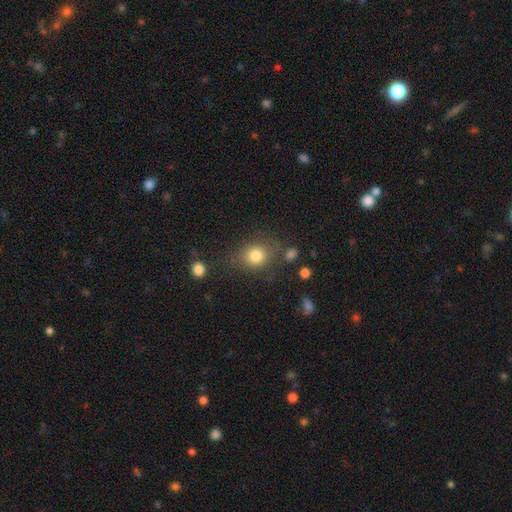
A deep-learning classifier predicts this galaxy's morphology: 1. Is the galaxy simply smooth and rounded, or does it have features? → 80% smooth, 11% star or artifact, 9% featured or disk.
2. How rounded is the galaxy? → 66% round, 33% in between, 1% cigar-shaped.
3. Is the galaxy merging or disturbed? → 71% none, 16% minor disturbance, 7% major disturbance, 5% merger.